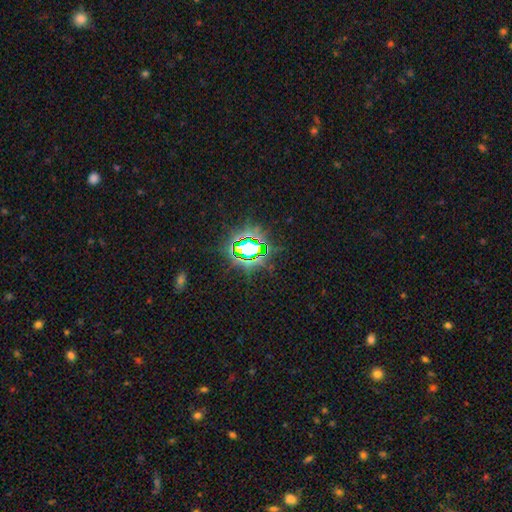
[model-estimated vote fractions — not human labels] star or artifact 78%, smooth 12%, featured or disk 10%.